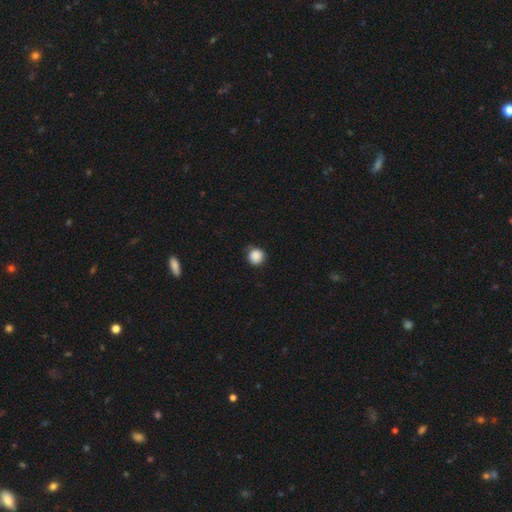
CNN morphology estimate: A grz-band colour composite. It shows a smooth galaxy with no disk features (87%) that is round (93%). Merging: none (78%).